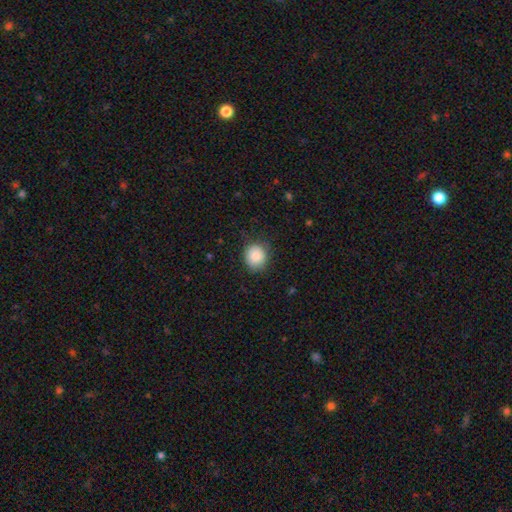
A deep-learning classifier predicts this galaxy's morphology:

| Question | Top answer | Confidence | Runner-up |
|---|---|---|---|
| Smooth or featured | smooth | 87% | star or artifact (9%) |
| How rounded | round | 84% | in between (15%) |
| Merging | none | 83% | minor disturbance (13%) |